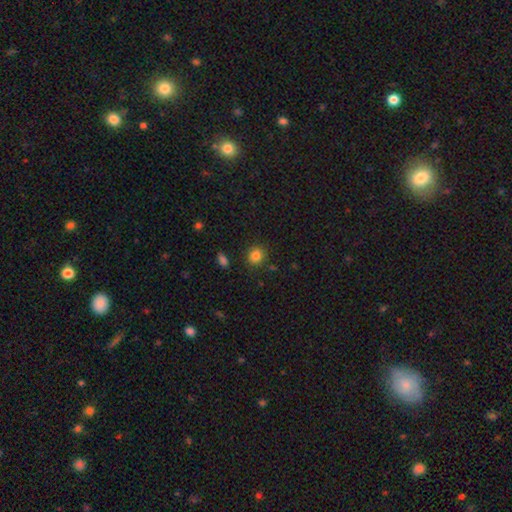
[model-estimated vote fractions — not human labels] The model was most divided on "how rounded": round: 80%, in between: 19%, cigar-shaped: 1%. More confident: merging — none (87%); smooth or featured — smooth (84%).